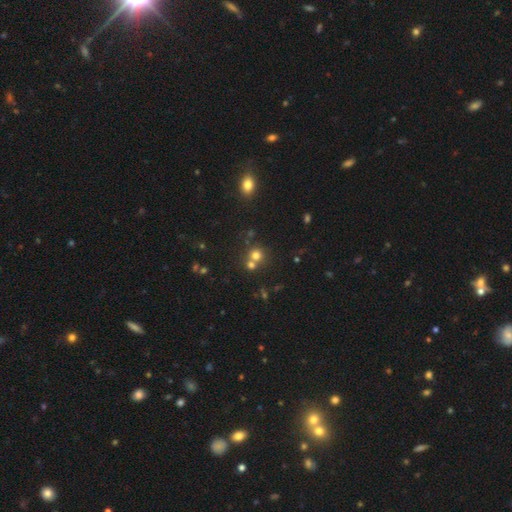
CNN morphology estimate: This is likely a smooth galaxy (70%). How rounded: clearly round (89%). Merging: possibly none (56%).